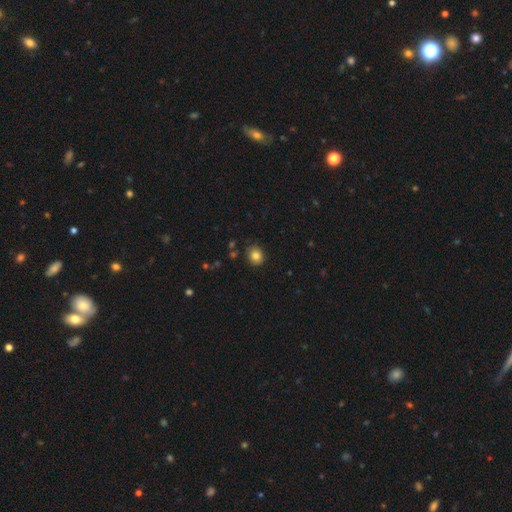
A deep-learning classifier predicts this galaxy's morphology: Smooth or featured: smooth — 83% (star or artifact — 10%)
How rounded: round — 71% (in between — 28%)
Merging: none — 86% (minor disturbance — 10%)